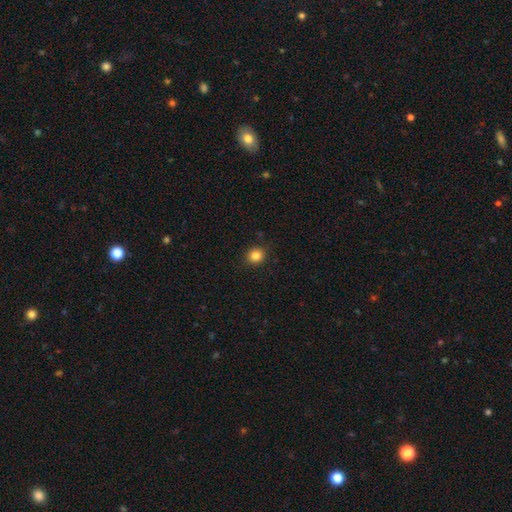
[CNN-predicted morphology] smooth_or_featured: smooth (p=0.84) [alt: star or artifact p=0.12]
how_rounded: round (p=0.86) [alt: in between p=0.13]
merging: none (p=0.90) [alt: minor disturbance p=0.07]